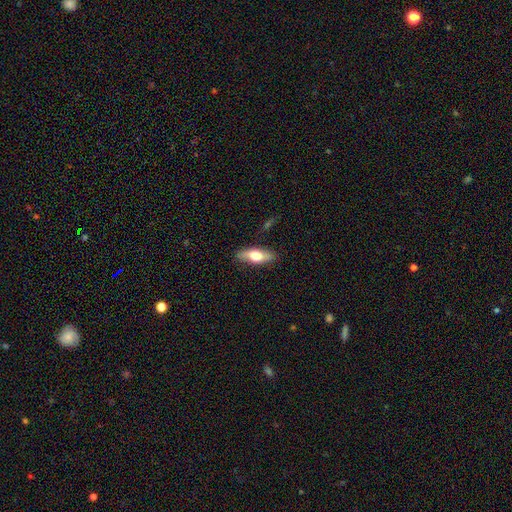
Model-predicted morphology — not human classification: smooth 61%, featured or disk 33%, star or artifact 6%. Down the decision tree: how rounded — in between (69%); merging — none (85%).